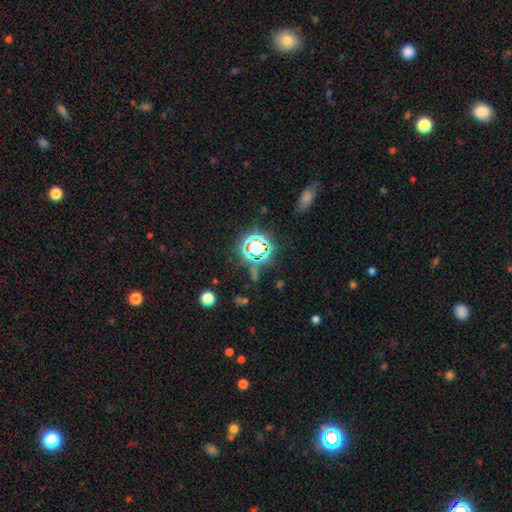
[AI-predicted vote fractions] smooth_or_featured: star or artifact (p=0.76) [alt: smooth p=0.16]